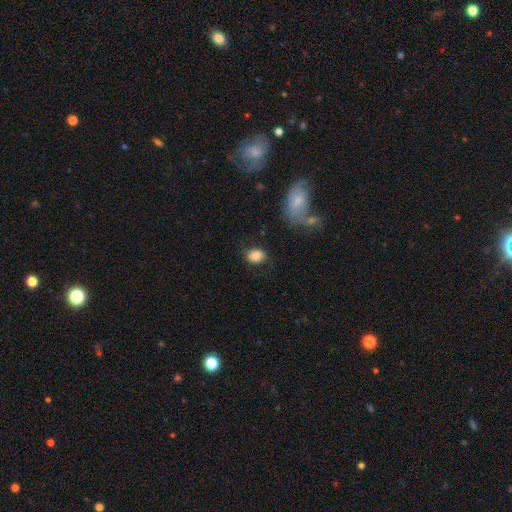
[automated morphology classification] smooth 84%, star or artifact 8%, featured or disk 8%. Down the decision tree: how rounded — in between (60%); merging — none (75%).